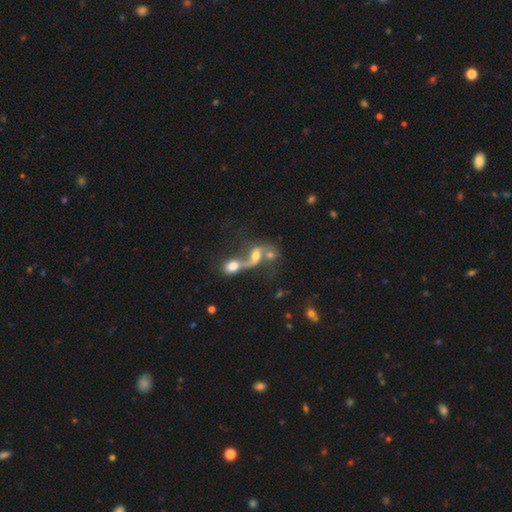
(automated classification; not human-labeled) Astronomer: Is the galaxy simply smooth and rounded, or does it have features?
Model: featured or disk — 59%.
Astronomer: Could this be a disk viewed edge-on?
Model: no — 95%.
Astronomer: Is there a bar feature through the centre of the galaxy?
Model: no — 56% (runner-up: weak, 32%).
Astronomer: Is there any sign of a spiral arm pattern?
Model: yes — 72%.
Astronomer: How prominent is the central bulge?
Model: moderate — 50%.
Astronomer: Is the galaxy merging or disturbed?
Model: merger — 71%.